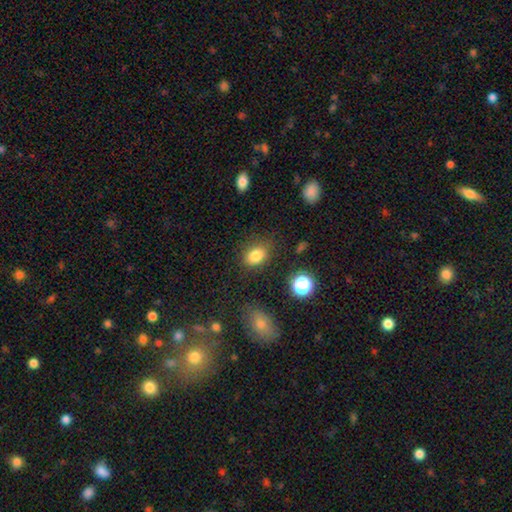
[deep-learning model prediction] This appears to be a smooth galaxy with no disk features (82%) that is in between round and cigar-shaped (66%). Merging: none (79%).